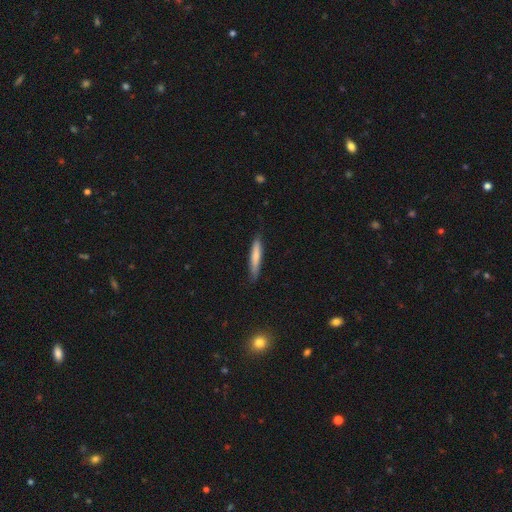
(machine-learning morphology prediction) smooth-or-featured: smooth: 75% | featured or disk: 20% | star or artifact: 5%
  how-rounded: cigar-shaped: 91% | in between: 8% | round: 1%
  merging: none: 80% | minor disturbance: 16% | major disturbance: 2% | merger: 1%